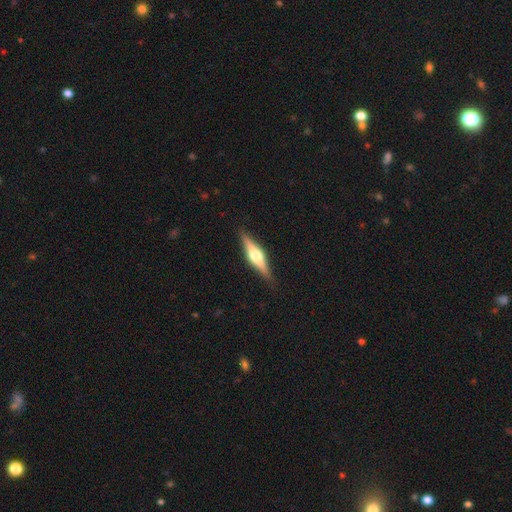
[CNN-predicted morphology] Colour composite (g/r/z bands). It shows a featured or disk galaxy (73%) viewed edge-on (98%) with a rounded central bulge (92%). Merging: none (90%).